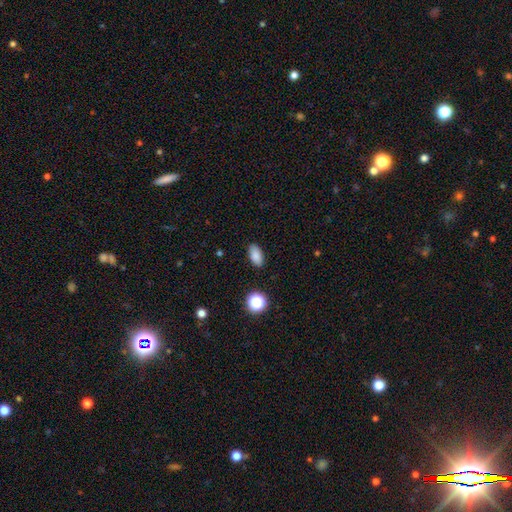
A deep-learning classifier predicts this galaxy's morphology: smooth 85%, star or artifact 10%, featured or disk 5%. Down the decision tree: how rounded — in between (90%); merging — none (88%).